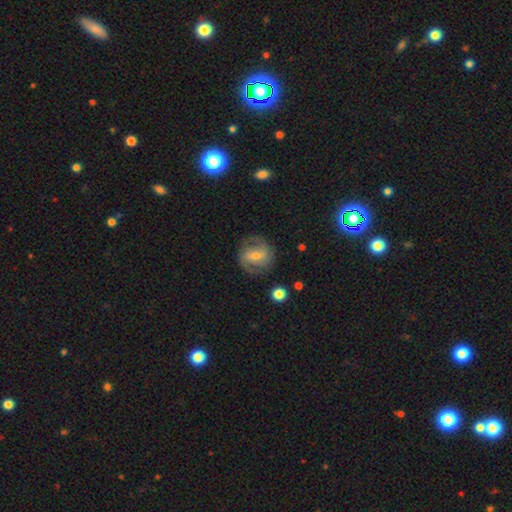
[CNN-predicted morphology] Smooth or featured? Predicted: featured or disk (p=0.74). Edge-on disk? Predicted: no (p=0.97). Bar? Predicted: weak (p=0.45). Spiral arms? Predicted: yes (p=0.90). Spiral winding? Predicted: medium (p=0.46). Spiral arm count? Predicted: 2 (p=0.78). Bulge size? Predicted: small (p=0.51). Merging? Predicted: none (p=0.78).